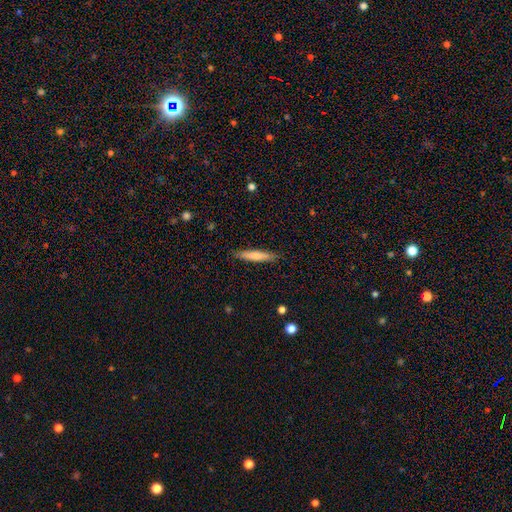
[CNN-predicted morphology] Smooth or featured? Predicted: smooth (p=0.70). How rounded? Predicted: cigar-shaped (p=0.90). Merging? Predicted: none (p=0.88).